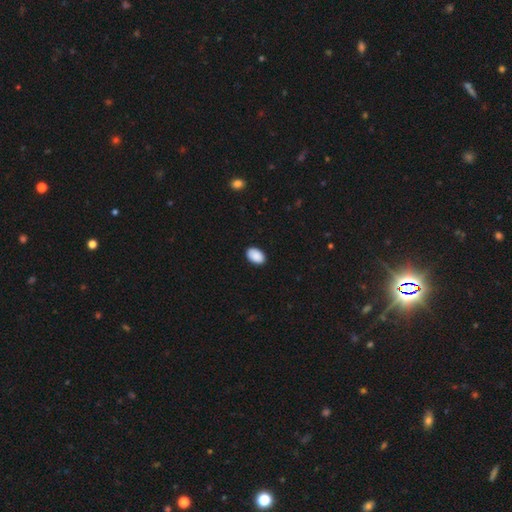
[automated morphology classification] Smooth or featured? Predicted: smooth (p=0.91). How rounded? Predicted: in between (p=0.91). Merging? Predicted: none (p=0.89).